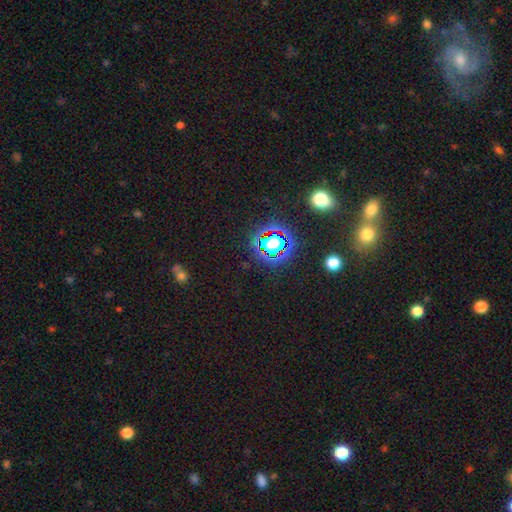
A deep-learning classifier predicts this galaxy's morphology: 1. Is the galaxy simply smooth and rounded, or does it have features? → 78% star or artifact, 14% smooth, 8% featured or disk.